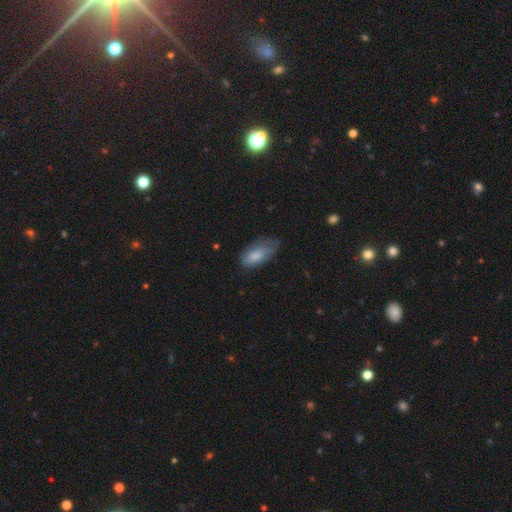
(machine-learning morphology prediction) type=smooth (77%); roundness=in between (90%); merging=none (41%).